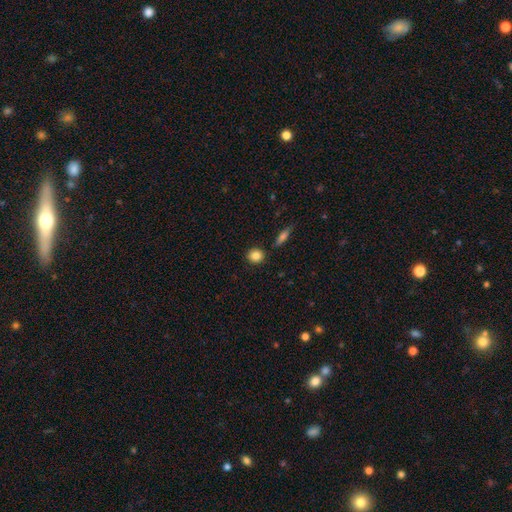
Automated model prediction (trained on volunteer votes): This appears to be a smooth galaxy with no disk features (86%) that is round (80%). Merging: none (87%).